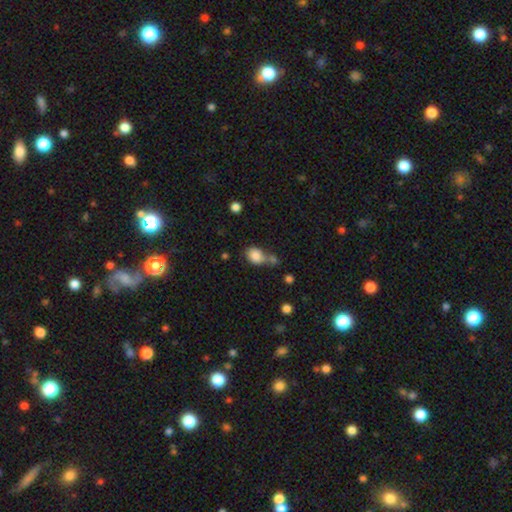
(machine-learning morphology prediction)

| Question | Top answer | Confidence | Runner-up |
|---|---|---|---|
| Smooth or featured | smooth | 83% | star or artifact (9%) |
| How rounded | in between | 53% | round (45%) |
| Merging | merger | 40% | none (37%) |